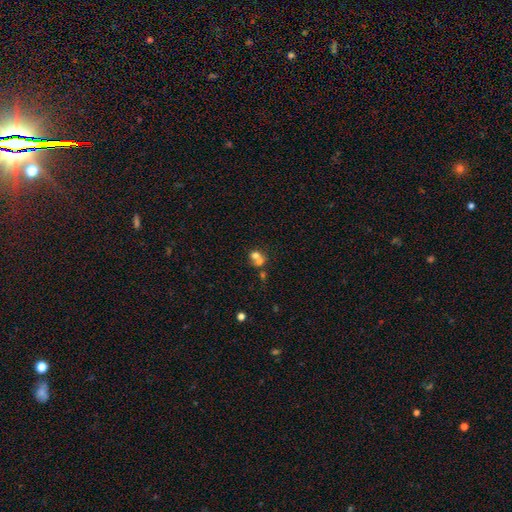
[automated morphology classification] Overall: smooth (65%). How rounded: round (68%; in between 31%). Merging: merger (64%; none 26%).